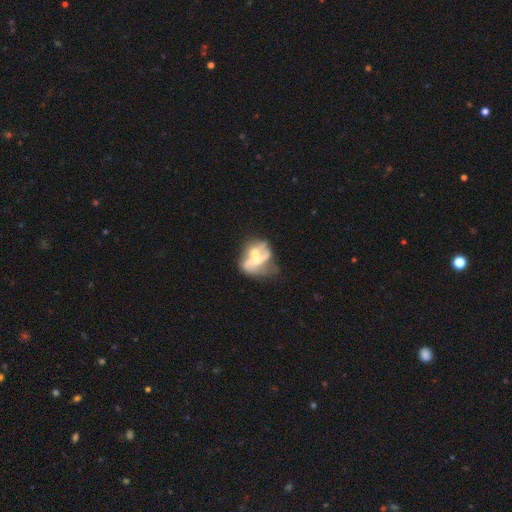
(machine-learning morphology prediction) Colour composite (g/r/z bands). It shows a featured or disk galaxy (64%) with no bar (67%), no spiral arms (59%) and a moderate central bulge (51%). Merging: merger (49%).